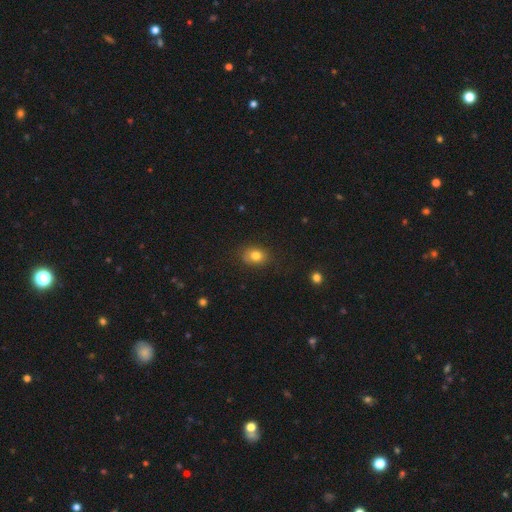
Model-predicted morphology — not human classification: A smooth galaxy with no disk features (80%) that is in between round and cigar-shaped (56%).

Vote fractions:
- Smooth or featured? smooth: 80% / star or artifact: 10% / featured or disk: 10%
- How rounded? in between: 56% / round: 43% / cigar-shaped: 1%
- Merging? none: 76% / minor disturbance: 18% / major disturbance: 5% / merger: 1%